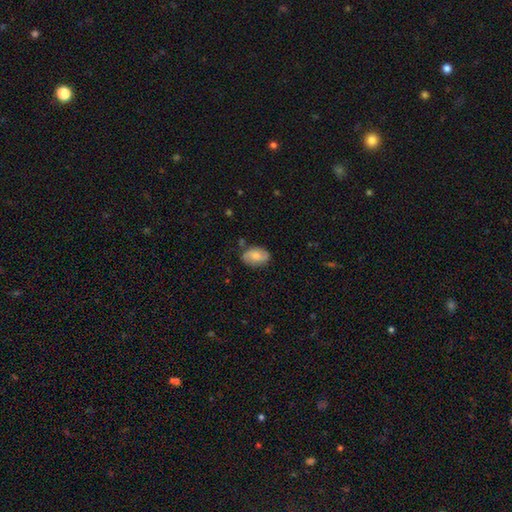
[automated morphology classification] smooth_or_featured: smooth (p=0.62) [alt: featured or disk p=0.31]
how_rounded: in between (p=0.84) [alt: round p=0.14]
merging: none (p=0.75) [alt: minor disturbance p=0.19]